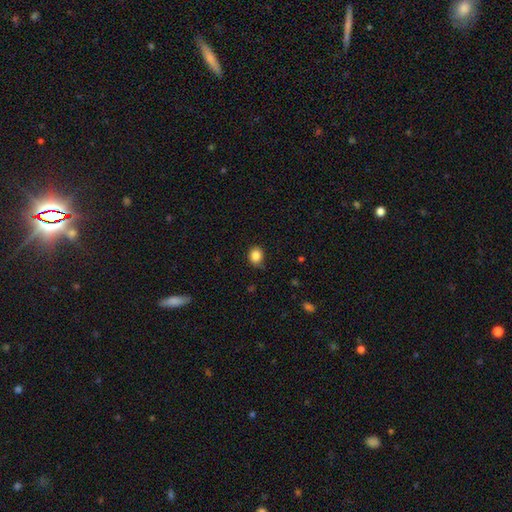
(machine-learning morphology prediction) type=smooth (85%); roundness=round (71%); merging=none (75%).